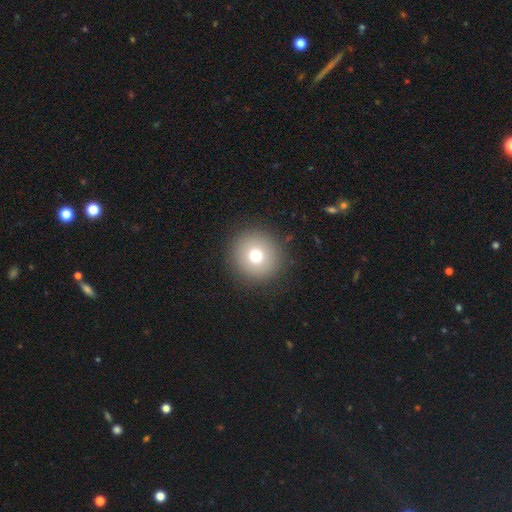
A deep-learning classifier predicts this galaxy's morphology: This is likely a smooth galaxy (73%). How rounded: clearly round (96%). Merging: clearly none (91%).